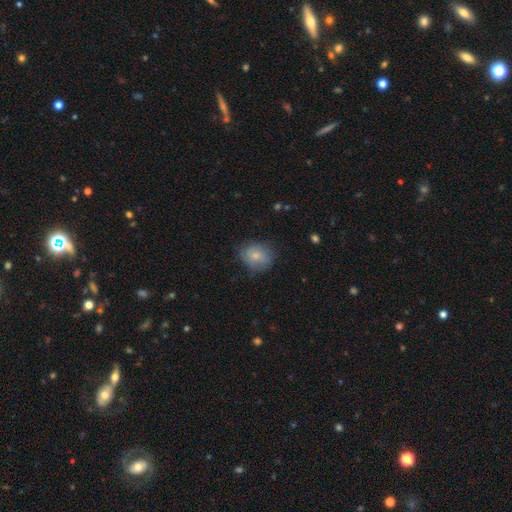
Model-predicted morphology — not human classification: type=smooth (69%); roundness=round (54%); merging=none (68%).